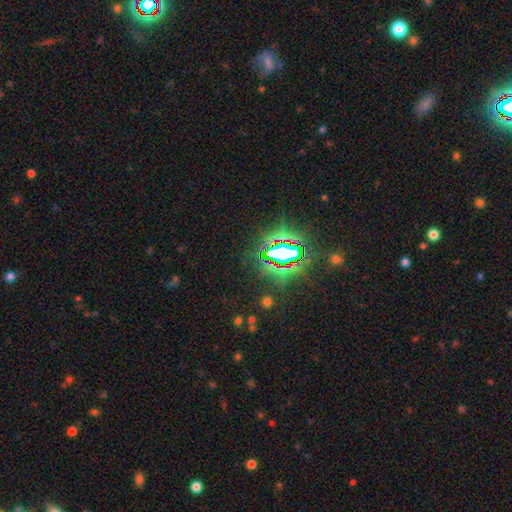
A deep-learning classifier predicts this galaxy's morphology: Smooth or featured? star or artifact (82%)